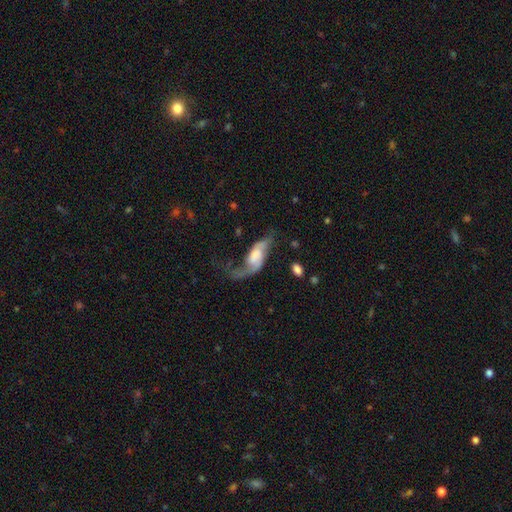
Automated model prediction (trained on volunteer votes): Morphology: type=featured or disk (69%); edge-on=no (91%); bar=no (54%); spiral arms=yes (87%); winding=loose (73%); arm count=2 (61%); bulge=large (28%); merging=major disturbance (48%).